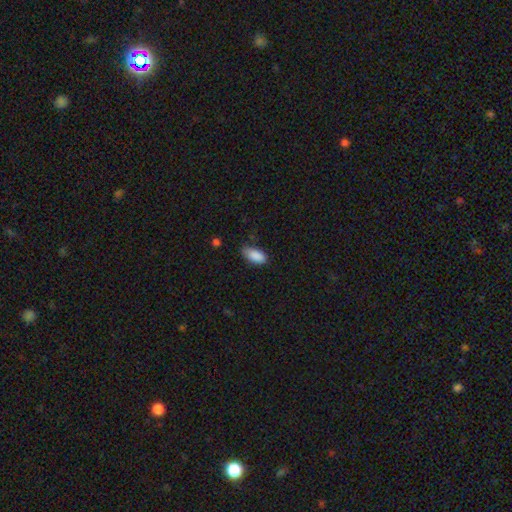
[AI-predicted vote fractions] smooth_or_featured: smooth (p=0.89) [alt: star or artifact p=0.07]
how_rounded: in between (p=0.92) [alt: cigar-shaped p=0.06]
merging: none (p=0.68) [alt: minor disturbance p=0.26]